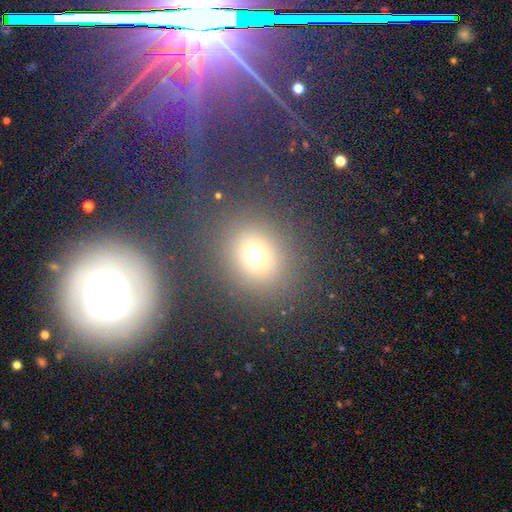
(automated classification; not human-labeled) This appears to be a smooth galaxy with no disk features (69%) that is round (74%). Merging: none (78%).